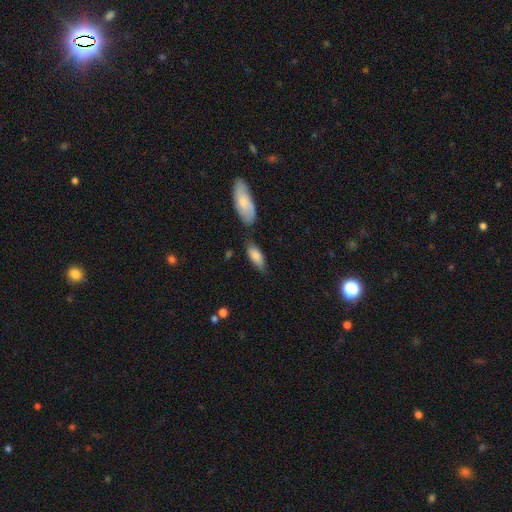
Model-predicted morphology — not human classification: A smooth galaxy with no disk features (78%) that is in between round and cigar-shaped (77%).

Vote fractions:
- Smooth or featured? smooth: 78% / featured or disk: 16% / star or artifact: 6%
- How rounded? in between: 77% / cigar-shaped: 20% / round: 2%
- Merging? none: 60% / minor disturbance: 21% / merger: 14% / major disturbance: 5%